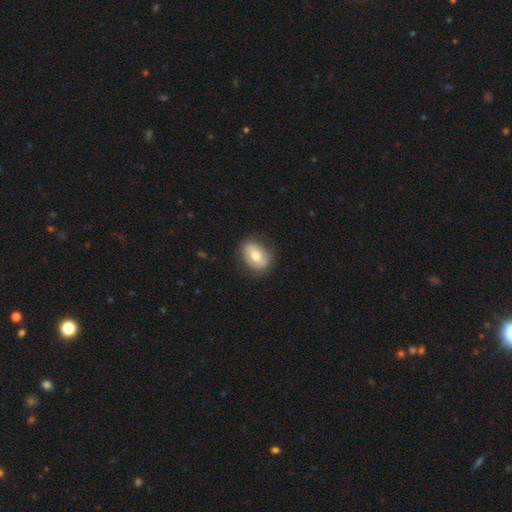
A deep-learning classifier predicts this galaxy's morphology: A smooth galaxy with no disk features (65%) that is in between round and cigar-shaped (70%). Merging: none (80%).